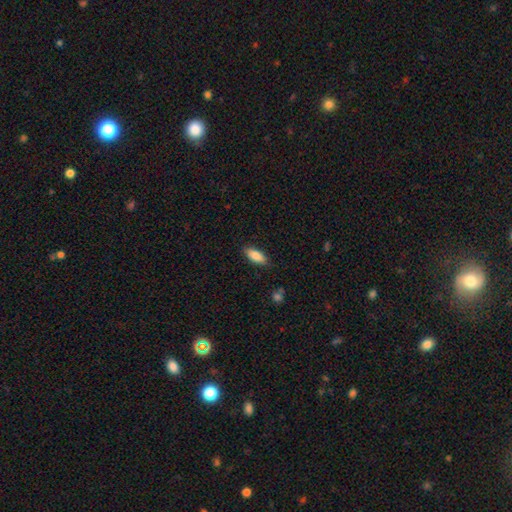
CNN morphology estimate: smooth 85%, featured or disk 9%, star or artifact 6%. Down the decision tree: how rounded — in between (79%); merging — none (86%).